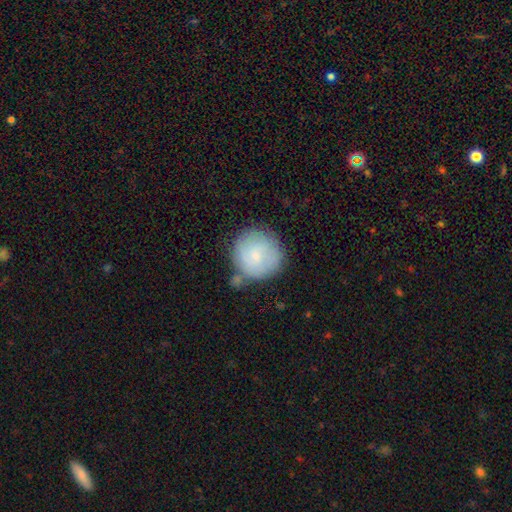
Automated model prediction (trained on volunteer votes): This is likely a smooth galaxy (74%). How rounded: clearly round (93%). Merging: likely none (67%).